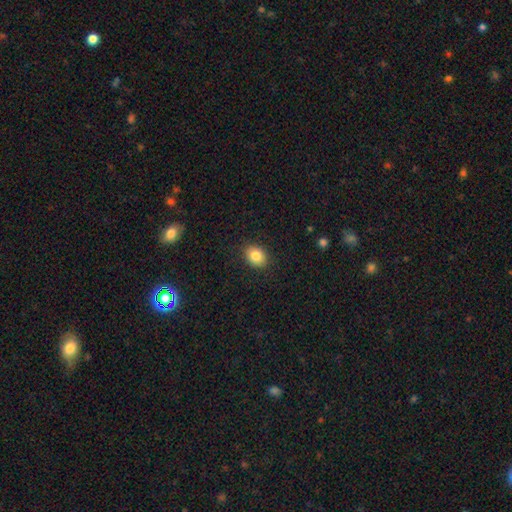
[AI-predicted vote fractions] Smooth or featured? Predicted: smooth (p=0.84). How rounded? Predicted: in between (p=0.58). Merging? Predicted: none (p=0.88).